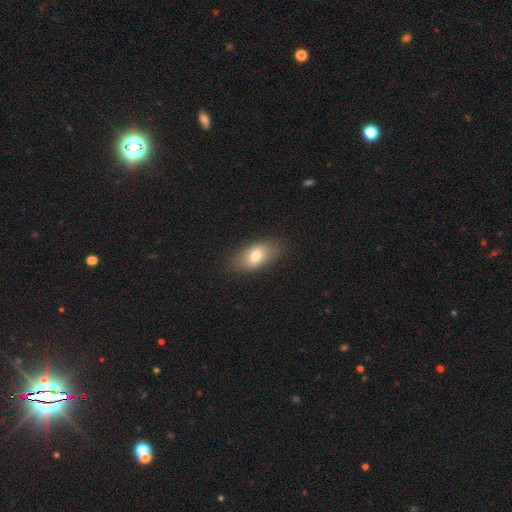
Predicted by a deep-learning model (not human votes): Q: Smooth or featured?
A: smooth (78%); runner-up: featured or disk (14%)
Q: How rounded?
A: in between (89%); runner-up: cigar-shaped (6%)
Q: Merging?
A: none (82%); runner-up: minor disturbance (13%)